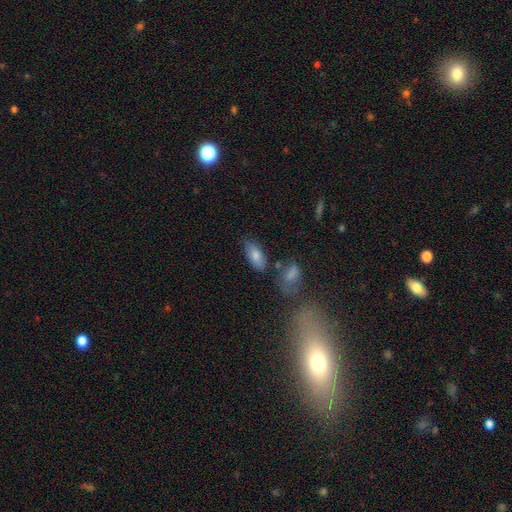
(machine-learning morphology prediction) smooth_or_featured: smooth (p=0.80) [alt: featured or disk p=0.12]
how_rounded: in between (p=0.87) [alt: cigar-shaped p=0.10]
merging: none (p=0.70) [alt: minor disturbance p=0.17]